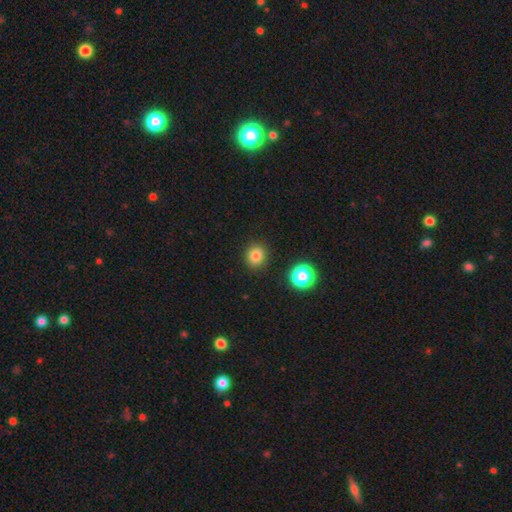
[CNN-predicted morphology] Overall: smooth (81%). How rounded: round (83%). Merging: none (90%).